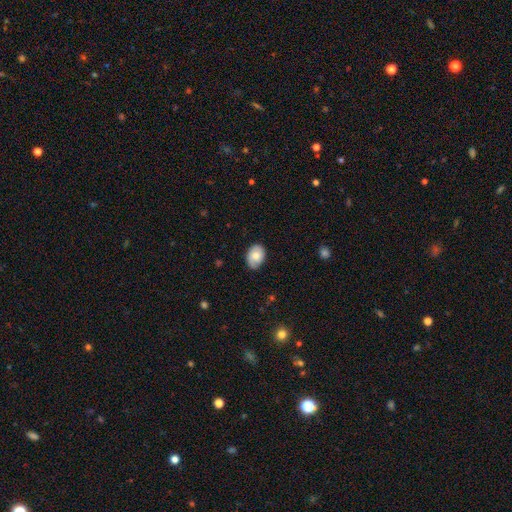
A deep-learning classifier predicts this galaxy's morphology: Smooth or featured? Predicted: smooth (p=0.70). How rounded? Predicted: in between (p=0.76). Merging? Predicted: none (p=0.76).